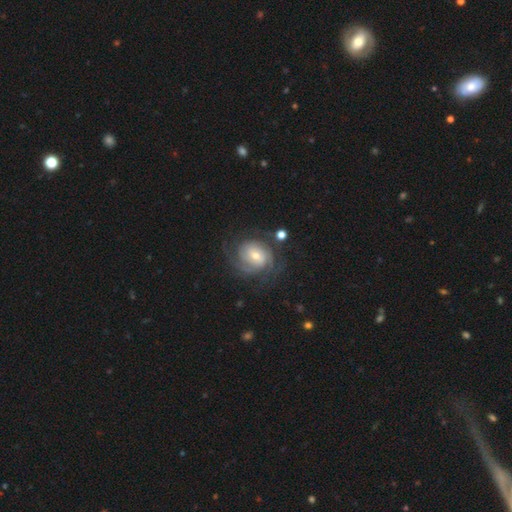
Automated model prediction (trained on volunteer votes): Smooth or featured? Predicted: featured or disk (p=0.82). Edge-on disk? Predicted: no (p=0.97). Bar? Predicted: no (p=0.53). Spiral arms? Predicted: yes (p=0.94). Spiral winding? Predicted: tight (p=0.62). Spiral arm count? Predicted: can't tell (p=0.32). Bulge size? Predicted: moderate (p=0.48). Merging? Predicted: none (p=0.69).